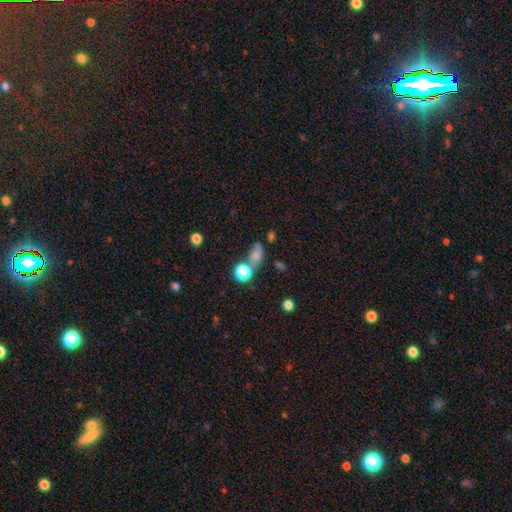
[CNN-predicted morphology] A smooth galaxy with no disk features (64%) that is in between round and cigar-shaped (58%).

Vote fractions:
- Smooth or featured? smooth: 64% / star or artifact: 20% / featured or disk: 16%
- How rounded? in between: 58% / round: 38% / cigar-shaped: 5%
- Merging? none: 43% / merger: 24% / minor disturbance: 20% / major disturbance: 14%